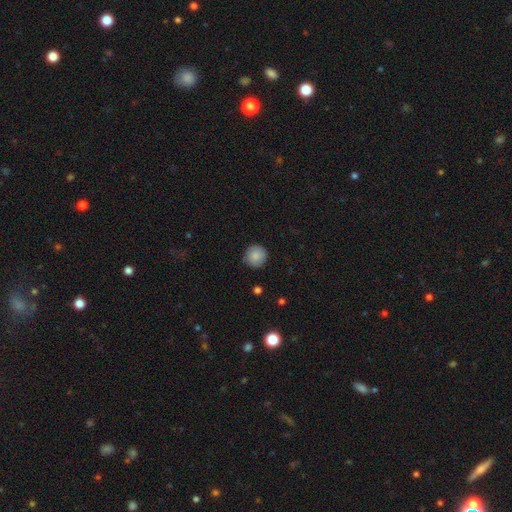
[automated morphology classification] This is clearly a smooth galaxy (86%). How rounded: clearly round (95%). Merging: clearly none (87%).